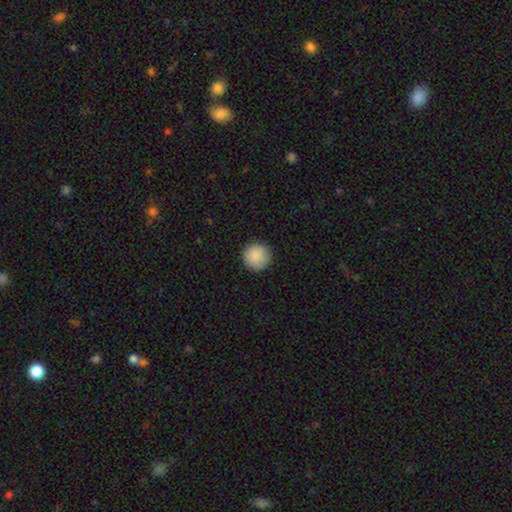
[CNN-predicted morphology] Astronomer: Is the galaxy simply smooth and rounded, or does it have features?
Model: smooth — 90%.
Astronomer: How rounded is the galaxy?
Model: round — 96%.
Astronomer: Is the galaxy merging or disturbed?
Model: none — 91%.